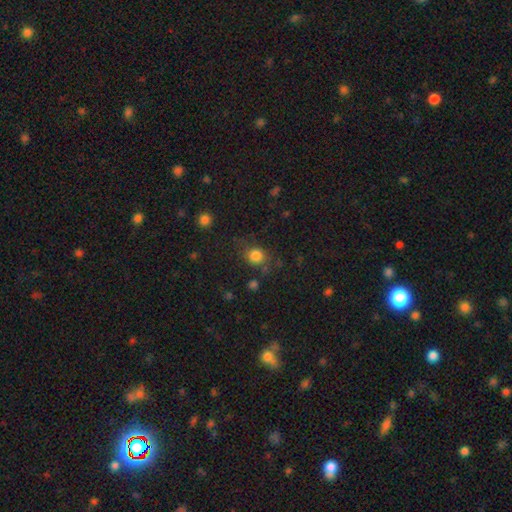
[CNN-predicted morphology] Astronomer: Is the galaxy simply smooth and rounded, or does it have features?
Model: smooth — 81%.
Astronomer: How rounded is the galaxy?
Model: round — 78%.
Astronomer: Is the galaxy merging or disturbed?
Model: none — 71%.